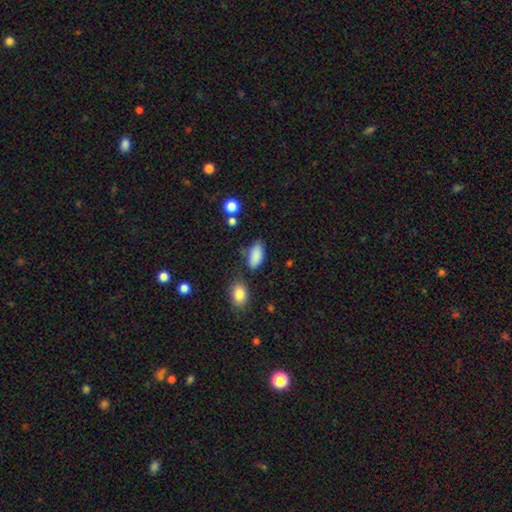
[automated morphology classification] This is clearly a smooth galaxy (88%). How rounded: clearly in between (91%). Merging: likely none (71%).